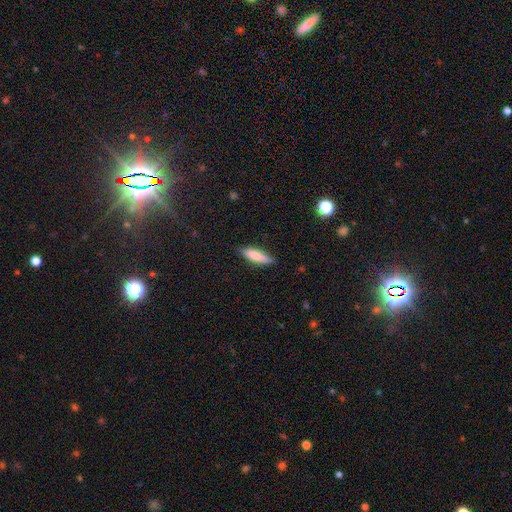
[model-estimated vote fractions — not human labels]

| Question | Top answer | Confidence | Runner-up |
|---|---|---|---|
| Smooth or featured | smooth | 78% | featured or disk (15%) |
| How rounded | cigar-shaped | 61% | in between (37%) |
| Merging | none | 82% | minor disturbance (14%) |